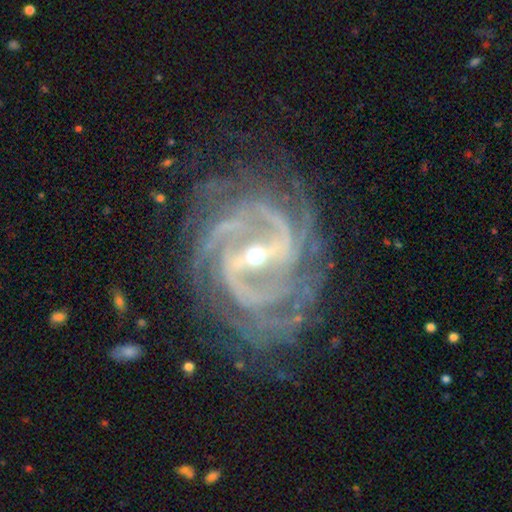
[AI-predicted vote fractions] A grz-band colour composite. It shows a featured or disk galaxy (93%) with a strong bar (65%), 2 (34%) tight (51%) spiral arms (98%) and a small central bulge (69%). Merging: none (73%).